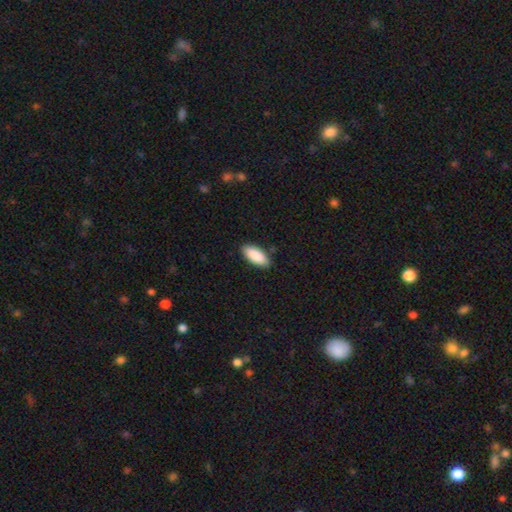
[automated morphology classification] Smooth or featured: smooth — 90% (star or artifact — 5%)
How rounded: in between — 86% (cigar-shaped — 12%)
Merging: none — 87% (minor disturbance — 10%)